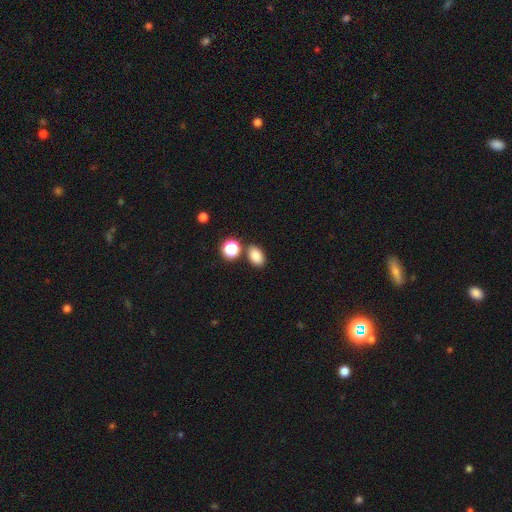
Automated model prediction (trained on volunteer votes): smooth 83%, star or artifact 12%, featured or disk 5%. Down the decision tree: how rounded — in between (83%); merging — none (78%).